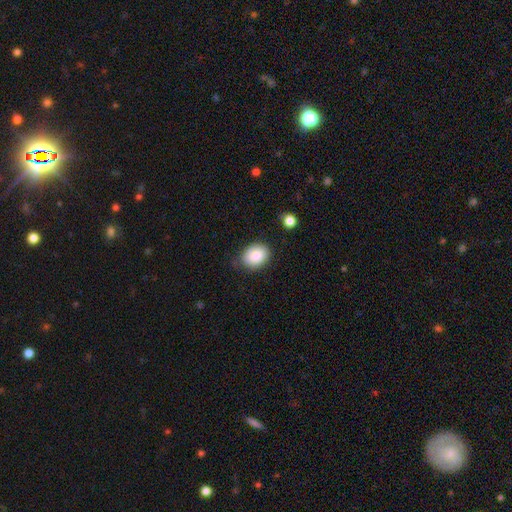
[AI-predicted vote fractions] A smooth galaxy with no disk features (87%) that is in between round and cigar-shaped (67%). Merging: none (75%).